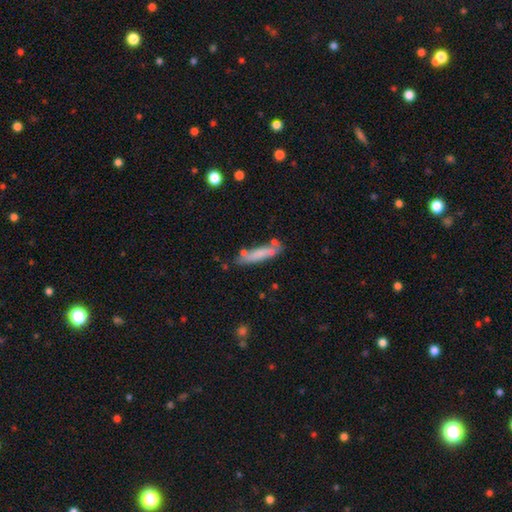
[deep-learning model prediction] smooth-or-featured: smooth: 62% | featured or disk: 29% | star or artifact: 8%
  how-rounded: cigar-shaped: 83% | in between: 15% | round: 2%
  merging: none: 67% | minor disturbance: 20% | merger: 8% | major disturbance: 6%